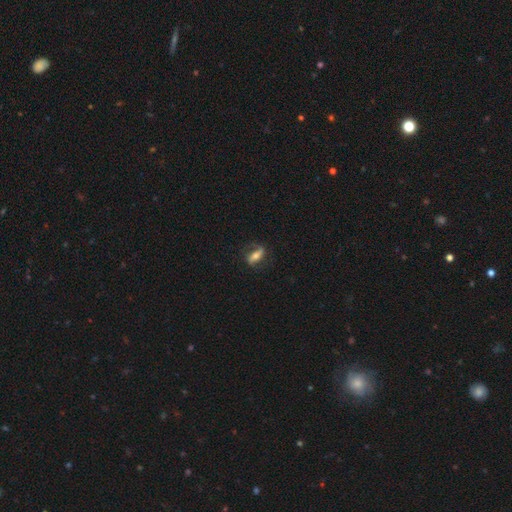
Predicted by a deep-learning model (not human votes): This appears to be a featured or disk galaxy (65%) with a strong bar (52%), spiral arms (85%) and a moderate central bulge (59%). Merging: none (69%).